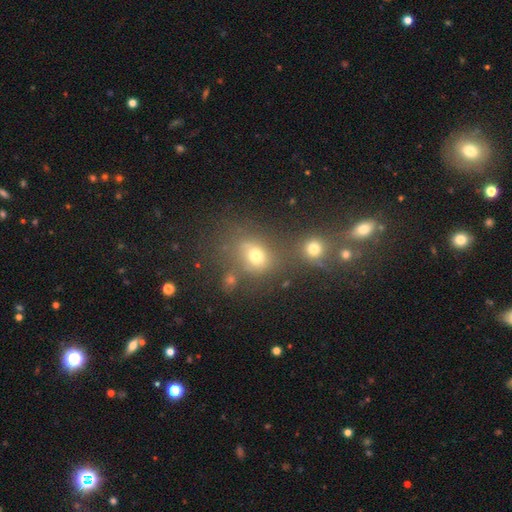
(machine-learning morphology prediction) smooth_or_featured: smooth (p=0.68) [alt: star or artifact p=0.20]
how_rounded: round (p=0.56) [alt: in between p=0.43]
merging: none (p=0.48) [alt: merger p=0.32]